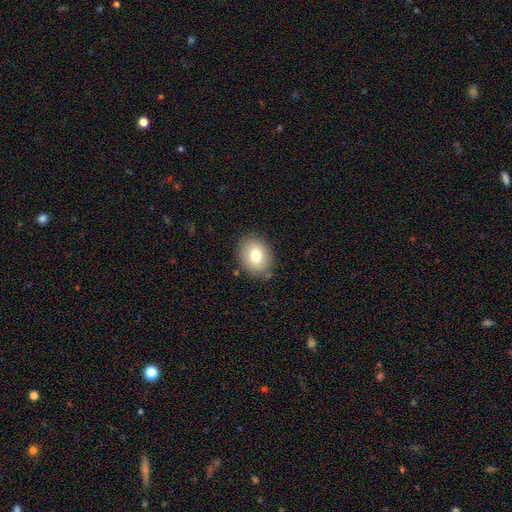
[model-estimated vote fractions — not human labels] A smooth galaxy with no disk features (76%) that is in between round and cigar-shaped (54%). Merging: none (84%).